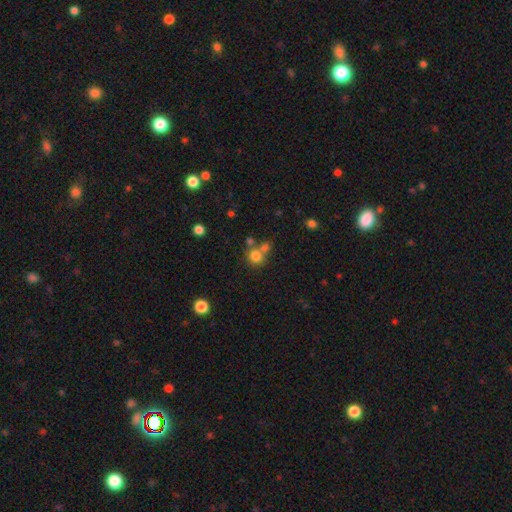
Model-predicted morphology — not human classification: Smooth or featured?
  - smooth: 76% *
  - star or artifact: 14%
  - featured or disk: 10%
How rounded?
  - round: 83% *
  - in between: 16%
  - cigar-shaped: 1%
Merging?
  - none: 50% *
  - merger: 37%
  - minor disturbance: 9%
  - major disturbance: 4%